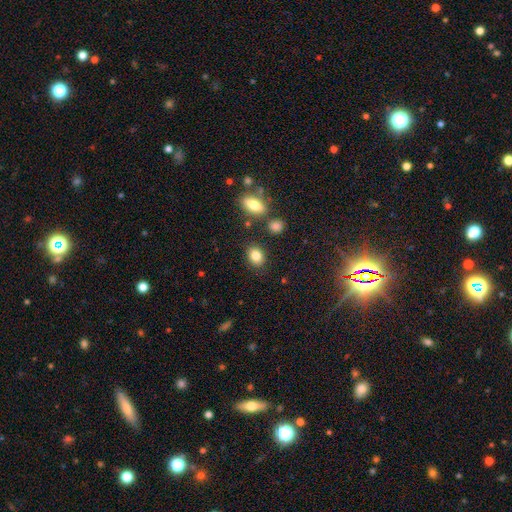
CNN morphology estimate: This is clearly a smooth galaxy (84%). How rounded: possibly in between (52%). Merging: clearly none (84%).